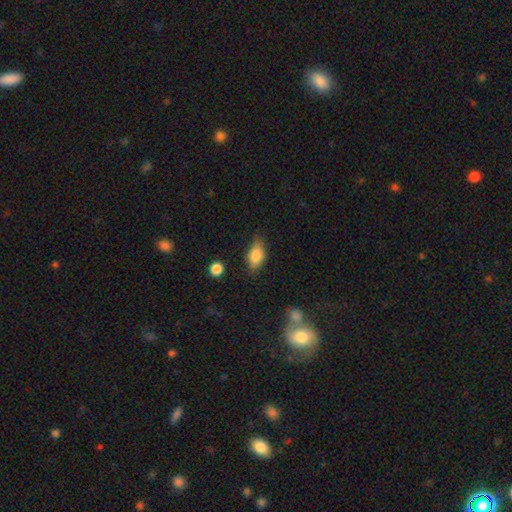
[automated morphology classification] Q: Smooth or featured?
A: smooth (80%); runner-up: featured or disk (12%)
Q: How rounded?
A: in between (86%); runner-up: round (8%)
Q: Merging?
A: none (75%); runner-up: minor disturbance (19%)